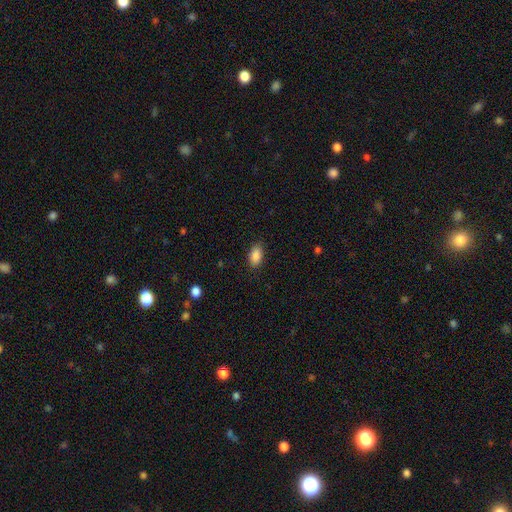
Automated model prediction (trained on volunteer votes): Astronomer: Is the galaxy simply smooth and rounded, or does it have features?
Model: smooth — 88%.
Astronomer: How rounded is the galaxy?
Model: in between — 91%.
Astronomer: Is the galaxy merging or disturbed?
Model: none — 85%.